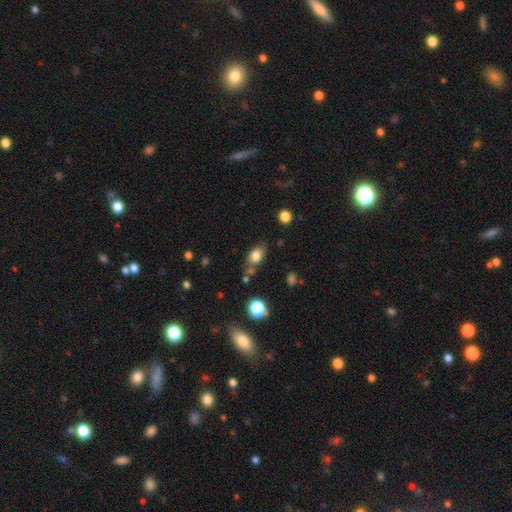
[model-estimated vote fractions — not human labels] Q: Smooth or featured?
A: smooth (79%); runner-up: featured or disk (11%)
Q: How rounded?
A: in between (83%); runner-up: round (15%)
Q: Merging?
A: none (65%); runner-up: minor disturbance (19%)